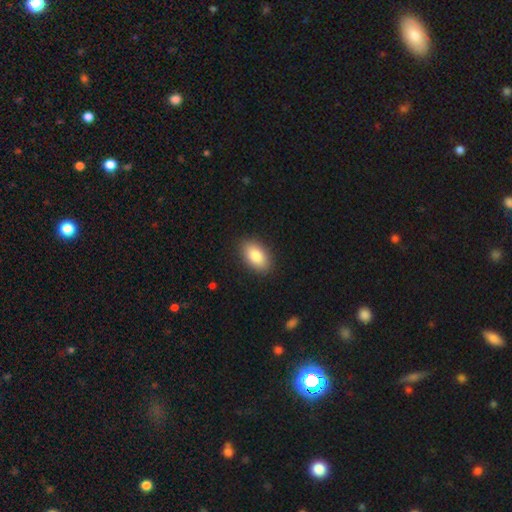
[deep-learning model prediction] Overall: smooth (87%). How rounded: in between (93%). Merging: none (88%).